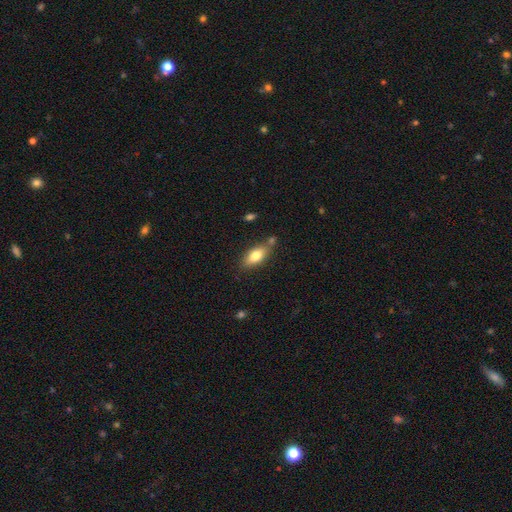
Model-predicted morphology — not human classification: The model was most divided on "merging": none: 69%, minor disturbance: 17%, merger: 10%, major disturbance: 4%. More confident: how rounded — in between (81%); smooth or featured — smooth (75%).